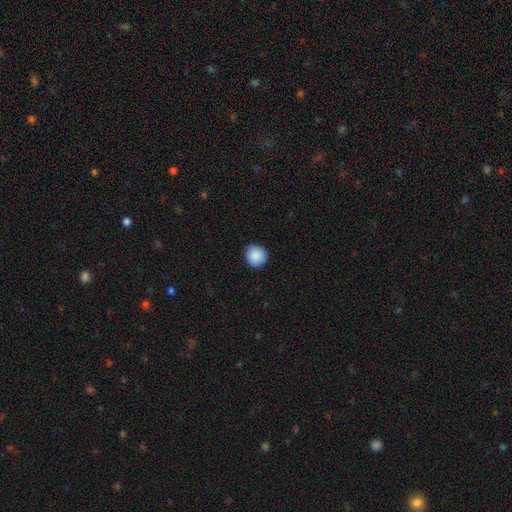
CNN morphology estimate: smooth-or-featured: smooth: 89% | star or artifact: 8% | featured or disk: 3%
  how-rounded: round: 91% | in between: 8% | cigar-shaped: 1%
  merging: none: 90% | minor disturbance: 8% | major disturbance: 2% | merger: 1%